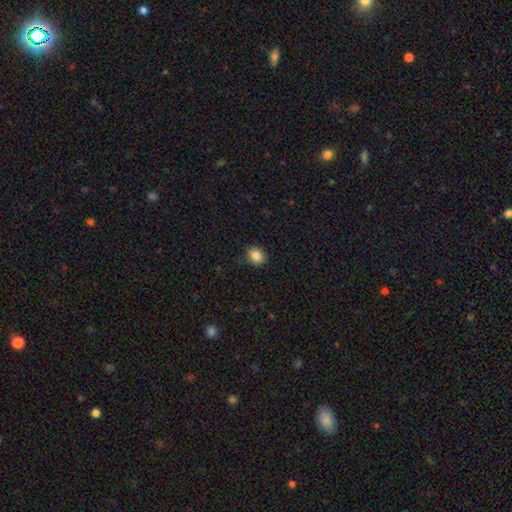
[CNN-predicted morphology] A smooth galaxy with no disk features (86%) that is round (66%). Merging: none (89%).